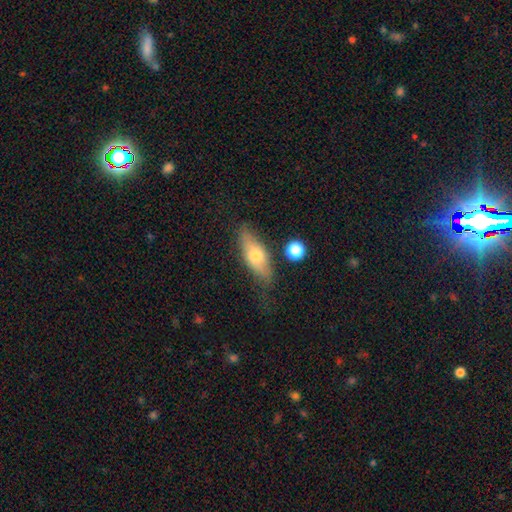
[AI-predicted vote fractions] Morphology: type=smooth (58%); roundness=in between (66%); merging=none (68%).